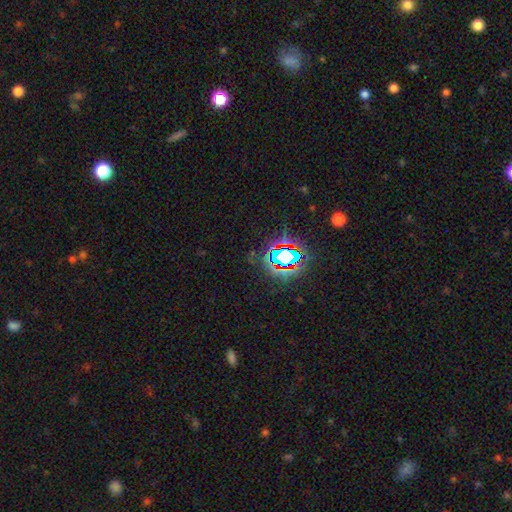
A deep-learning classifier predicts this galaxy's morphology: Q: Smooth or featured?
A: star or artifact (78%); runner-up: smooth (13%)